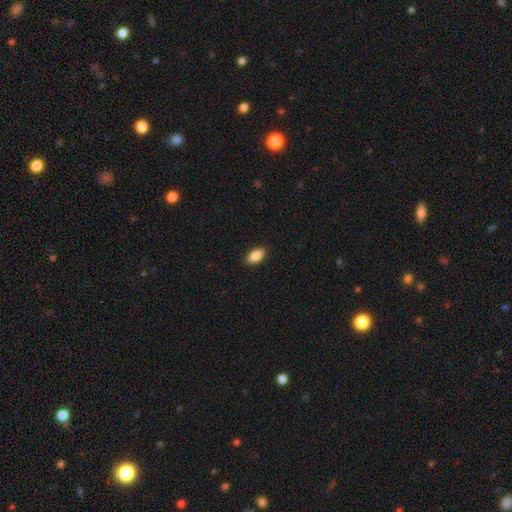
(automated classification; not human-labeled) smooth_or_featured: smooth (p=0.86) [alt: featured or disk p=0.07]
how_rounded: in between (p=0.88) [alt: cigar-shaped p=0.09]
merging: none (p=0.90) [alt: minor disturbance p=0.08]